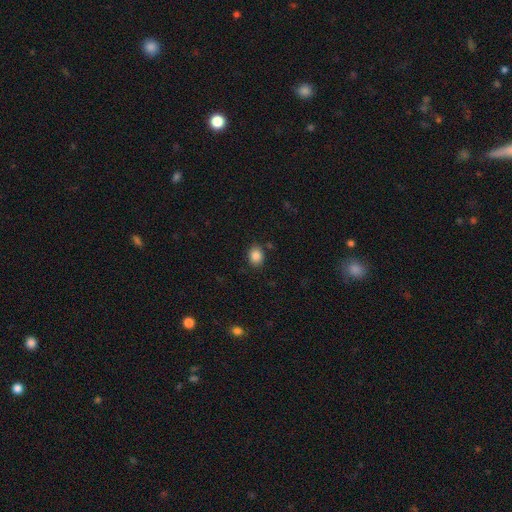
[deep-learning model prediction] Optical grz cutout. It shows a smooth galaxy with no disk features (86%) that is round (54%). Merging: none (82%).